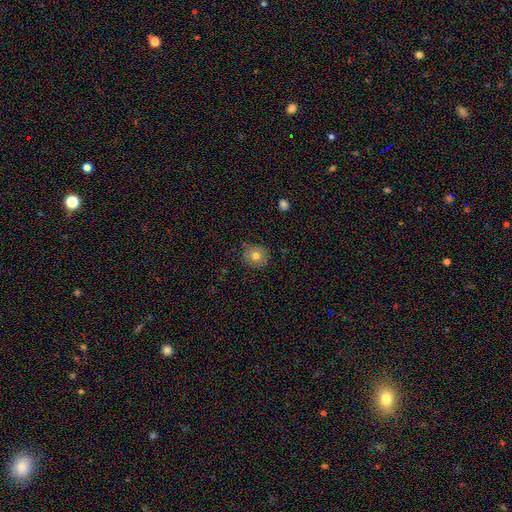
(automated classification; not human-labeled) Smooth or featured? Predicted: smooth (p=0.78). How rounded? Predicted: round (p=0.84). Merging? Predicted: none (p=0.84).